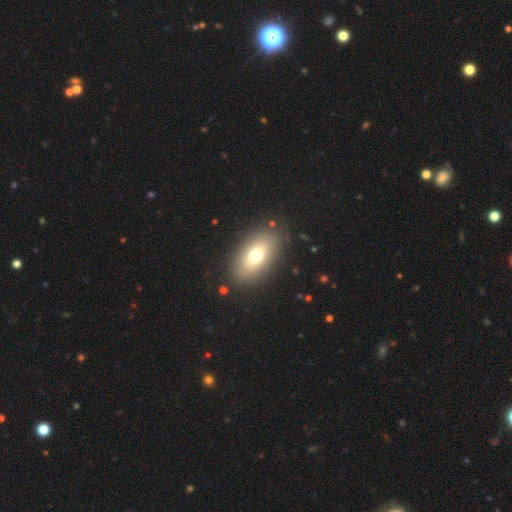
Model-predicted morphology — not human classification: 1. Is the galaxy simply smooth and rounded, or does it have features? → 71% smooth, 20% featured or disk, 9% star or artifact.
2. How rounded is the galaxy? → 88% in between, 7% round, 5% cigar-shaped.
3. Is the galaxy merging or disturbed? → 86% none, 9% minor disturbance, 4% major disturbance, 2% merger.